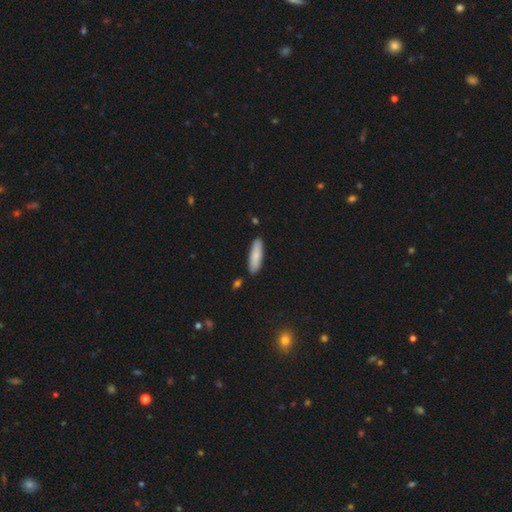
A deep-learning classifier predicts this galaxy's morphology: A smooth galaxy with no disk features (83%) that is cigar-shaped (58%). Merging: none (85%).